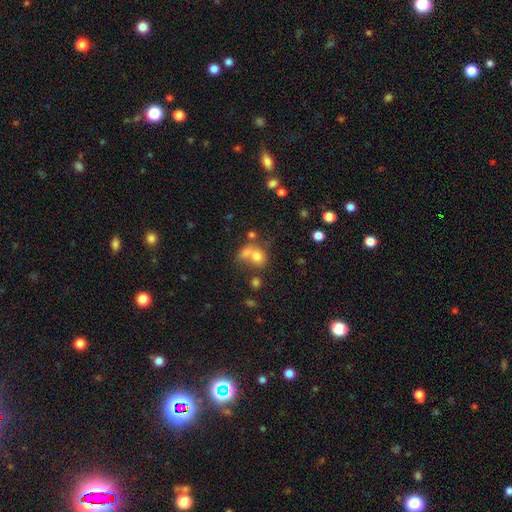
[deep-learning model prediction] A smooth galaxy with no disk features (69%) that is round (52%). Merging: merger (46%).